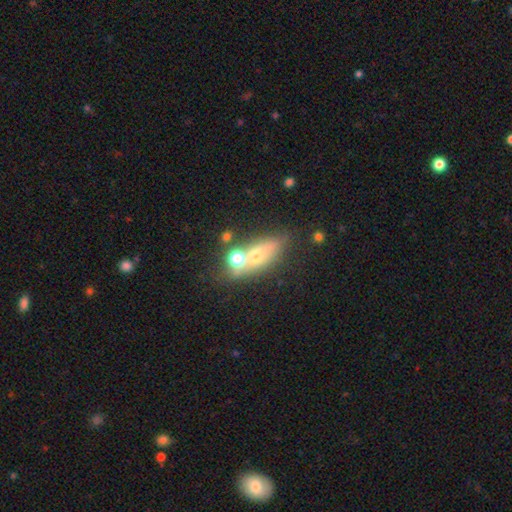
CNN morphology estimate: smooth-or-featured: smooth: 49% | featured or disk: 37% | star or artifact: 14%
  merging: none: 41% | merger: 39% | minor disturbance: 13% | major disturbance: 7%